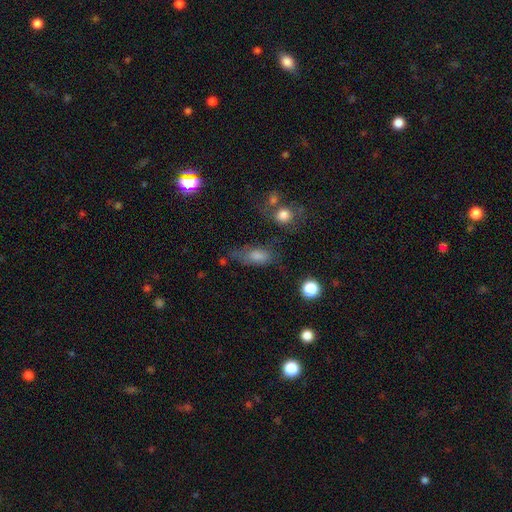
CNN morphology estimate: Smooth or featured?
  - smooth: 53% *
  - star or artifact: 26%
  - featured or disk: 22%
How rounded?
  - in between: 69% *
  - cigar-shaped: 18%
  - round: 13%
Merging?
  - none: 55% *
  - minor disturbance: 23%
  - major disturbance: 14%
  - merger: 8%